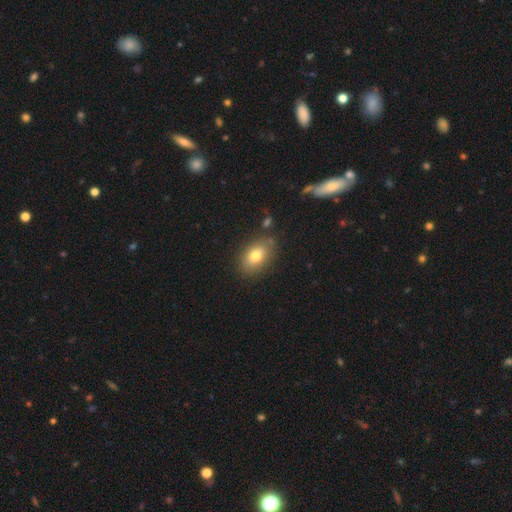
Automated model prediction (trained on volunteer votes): Overall: smooth (78%). How rounded: in between (83%). Merging: none (81%).